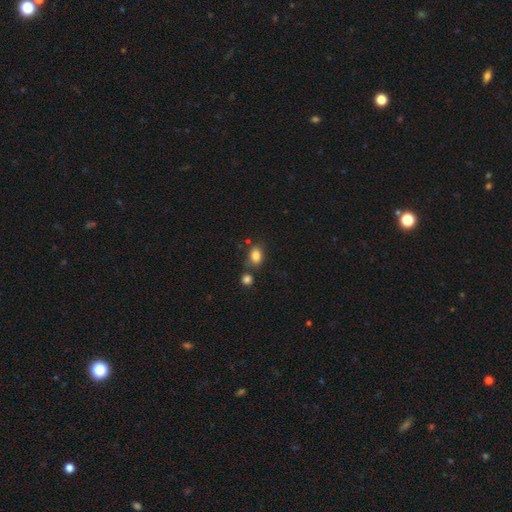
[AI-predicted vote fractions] Morphology: type=smooth (84%); roundness=in between (73%); merging=none (67%).